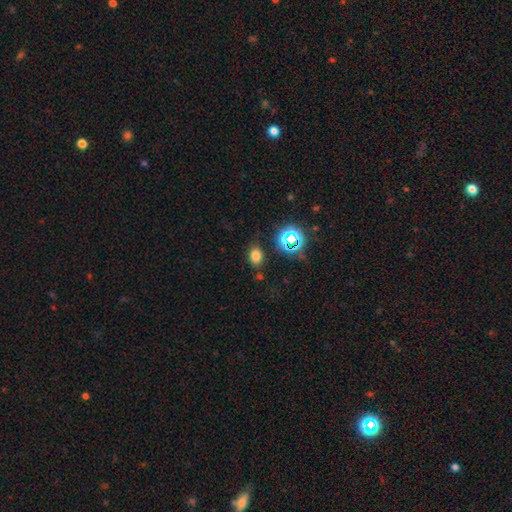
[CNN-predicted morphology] smooth_or_featured: smooth (p=0.71) [alt: star or artifact p=0.22]
how_rounded: in between (p=0.62) [alt: round p=0.37]
merging: none (p=0.80) [alt: minor disturbance p=0.12]